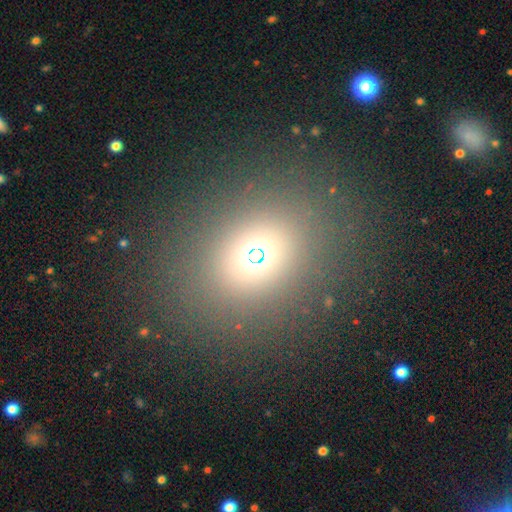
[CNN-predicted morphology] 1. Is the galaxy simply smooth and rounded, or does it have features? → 62% smooth, 26% star or artifact, 12% featured or disk.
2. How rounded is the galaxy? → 55% round, 43% in between, 2% cigar-shaped.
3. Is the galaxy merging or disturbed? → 81% none, 9% minor disturbance, 5% major disturbance, 5% merger.